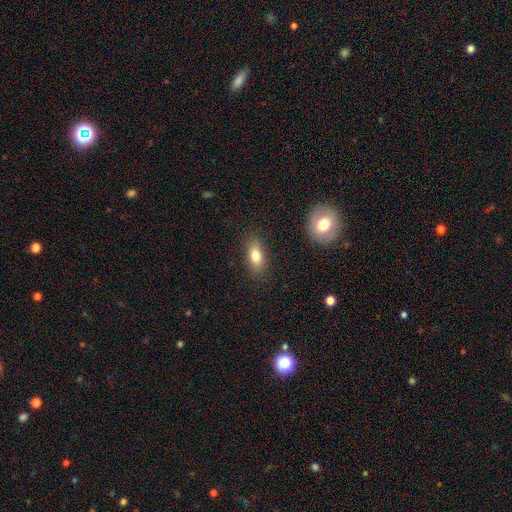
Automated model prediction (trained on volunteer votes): Smooth or featured? smooth (79%)
How rounded? in between (83%)
Merging? none (85%)